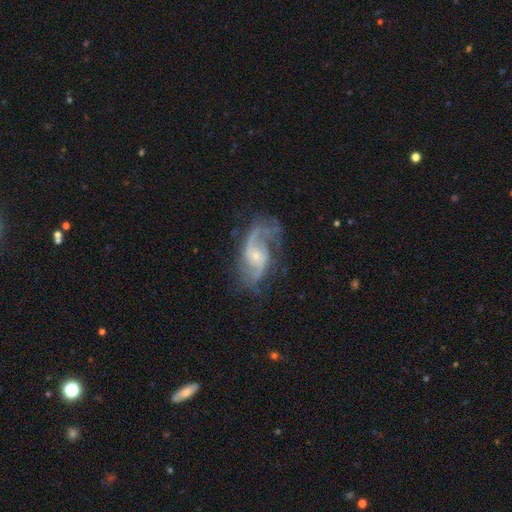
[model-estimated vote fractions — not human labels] Smooth or featured? featured or disk (87%)
Edge-on disk? no (97%)
Bar? no (56%)
Spiral arms? yes (96%)
Spiral winding? medium (45%)
Spiral arm count? 2 (80%)
Bulge size? small (68%)
Merging? none (61%)